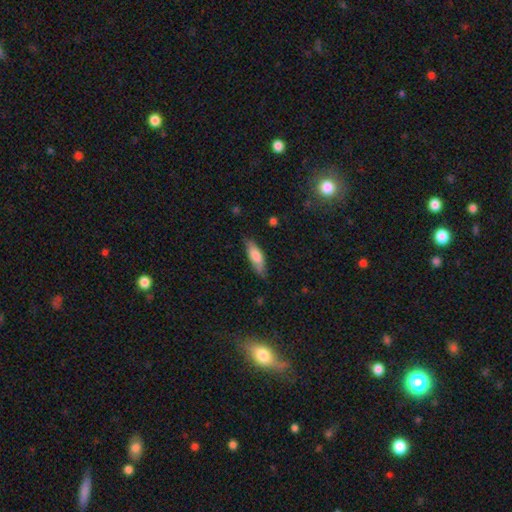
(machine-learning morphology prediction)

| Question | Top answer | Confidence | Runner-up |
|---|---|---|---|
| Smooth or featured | smooth | 75% | featured or disk (19%) |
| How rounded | in between | 57% | cigar-shaped (41%) |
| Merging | none | 74% | minor disturbance (21%) |